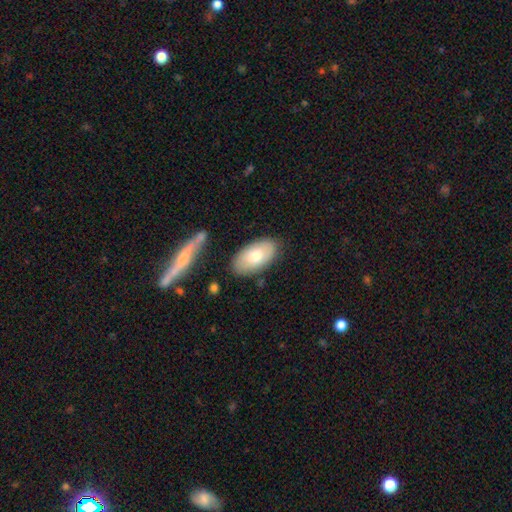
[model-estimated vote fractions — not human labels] Smooth or featured: smooth — 75% (featured or disk — 19%)
How rounded: in between — 95% (round — 3%)
Merging: none — 80% (minor disturbance — 14%)